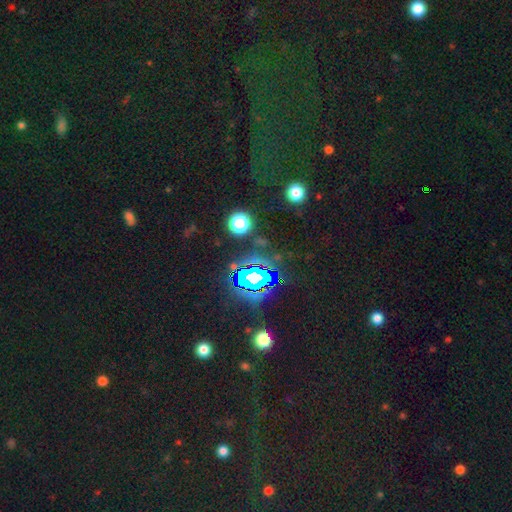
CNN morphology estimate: Overall: star or artifact (75%).